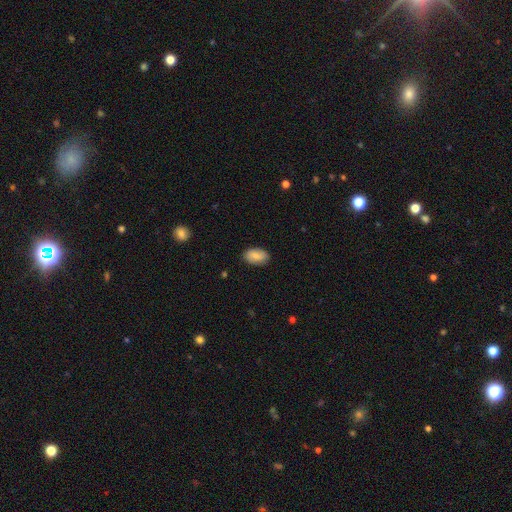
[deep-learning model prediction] This is clearly a smooth galaxy (84%). How rounded: clearly in between (92%). Merging: clearly none (87%).